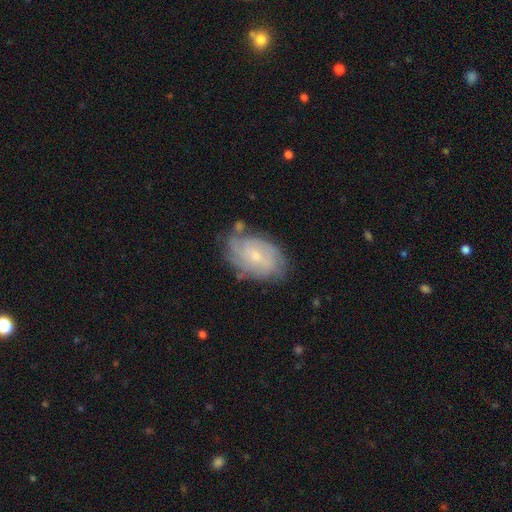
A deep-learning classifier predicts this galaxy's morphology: This is likely a featured or disk galaxy (74%). It is clearly not viewed edge-on (96%). Bar: possibly no (57%). Spiral arm pattern: clearly yes (91%). Spiral arm count: marginally can't tell (43%). Spiral winding: likely tight (65%). Central bulge: likely small (74%). Merging: likely none (70%).